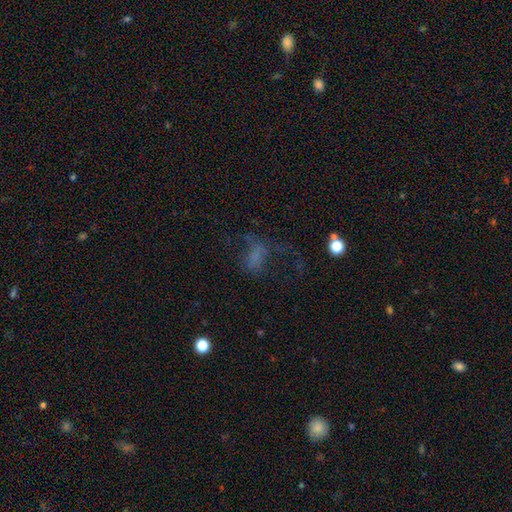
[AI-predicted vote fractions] smooth_or_featured: smooth (p=0.42) [alt: featured or disk p=0.32]
merging: major disturbance (p=0.45) [alt: none p=0.34]